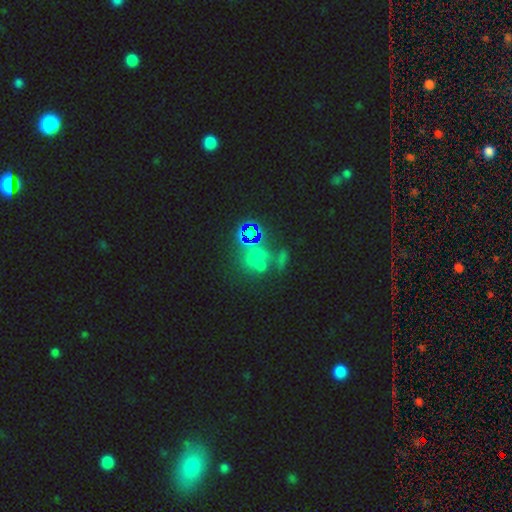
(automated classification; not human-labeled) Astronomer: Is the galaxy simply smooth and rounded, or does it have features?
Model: star or artifact — 60%.